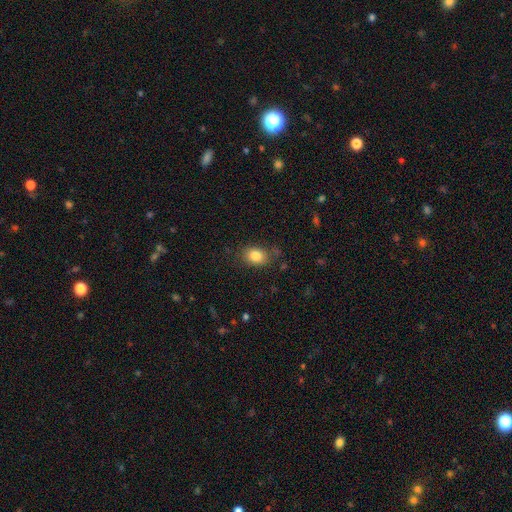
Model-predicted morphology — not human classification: Smooth or featured? smooth (83%)
How rounded? in between (67%)
Merging? none (80%)